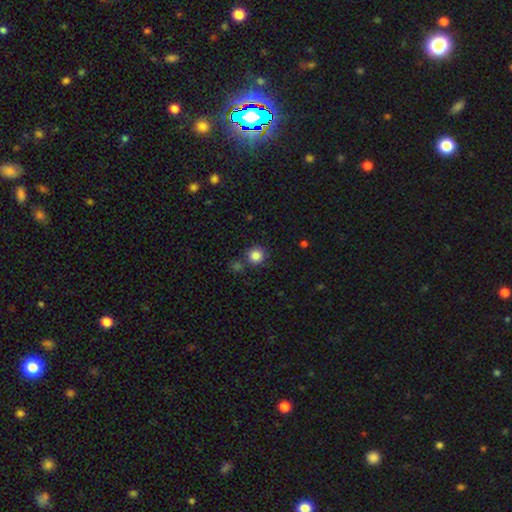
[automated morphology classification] Smooth or featured? smooth (85%)
How rounded? round (93%)
Merging? none (79%)